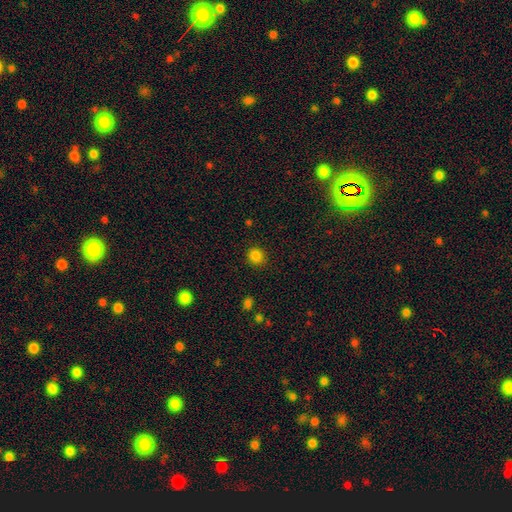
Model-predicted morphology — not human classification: The model was most divided on "smooth or featured": smooth: 83%, star or artifact: 13%, featured or disk: 4%. More confident: merging — none (90%); how rounded — round (88%).